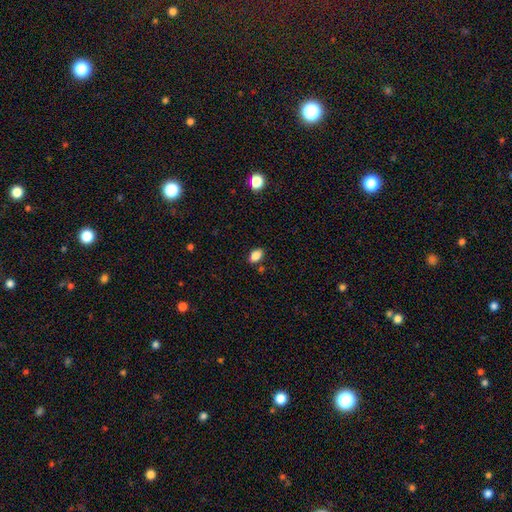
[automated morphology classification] The model was most divided on "merging": none: 82%, minor disturbance: 11%, merger: 4%, major disturbance: 3%. More confident: how rounded — in between (89%); smooth or featured — smooth (86%).